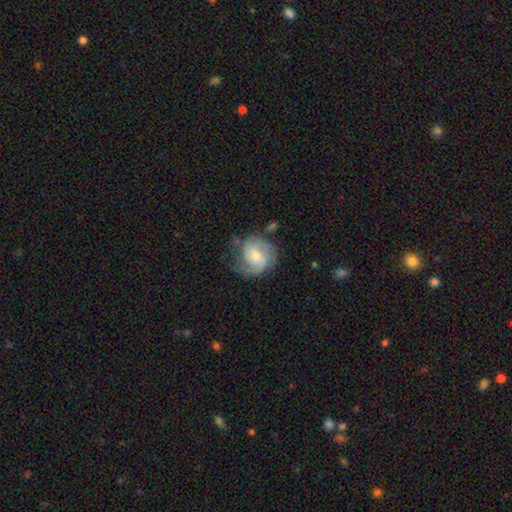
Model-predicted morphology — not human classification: This appears to be a featured or disk galaxy (71%) with no bar (56%), 2 (52%) medium (42%) spiral arms (91%) and a moderate central bulge (54%). Merging: none (56%).